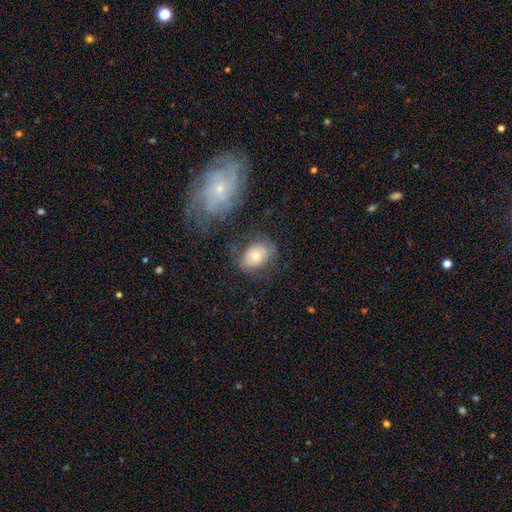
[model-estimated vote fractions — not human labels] Morphology: type=smooth (60%); roundness=in between (77%); merging=none (67%).